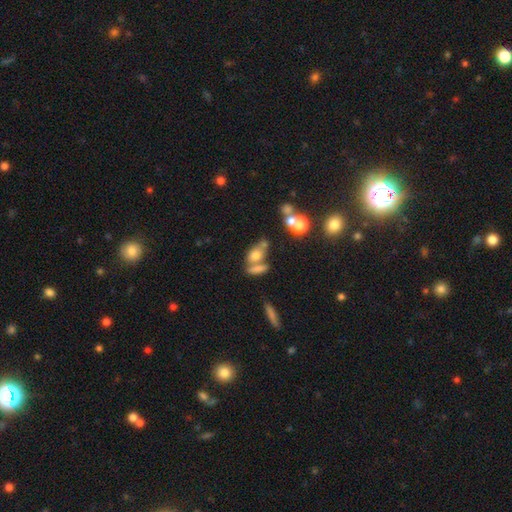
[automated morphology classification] Smooth or featured? smooth (67%)
How rounded? in between (73%)
Merging? merger (43%)